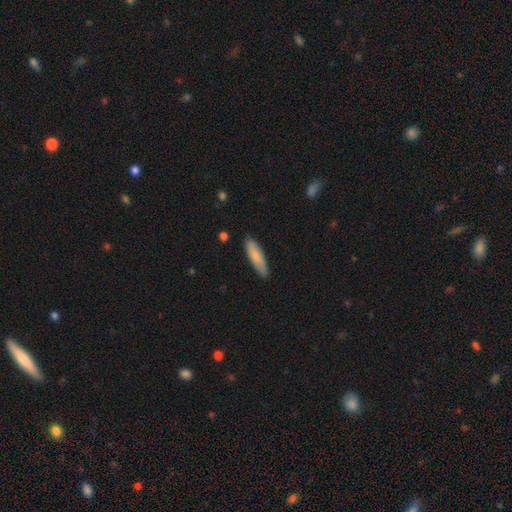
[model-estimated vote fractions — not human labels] smooth-or-featured: smooth: 81% | featured or disk: 13% | star or artifact: 6%
  how-rounded: cigar-shaped: 69% | in between: 30% | round: 1%
  merging: none: 85% | minor disturbance: 12% | major disturbance: 2% | merger: 1%